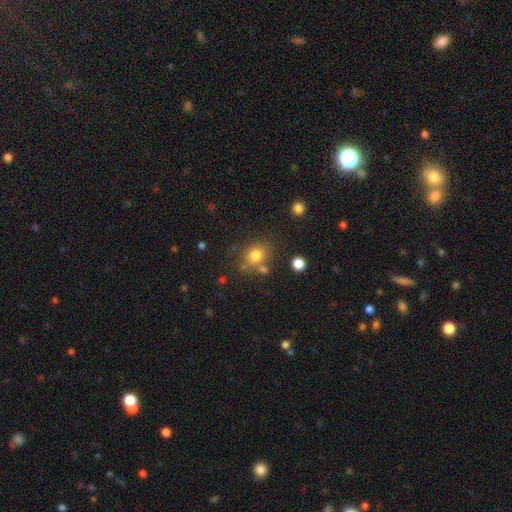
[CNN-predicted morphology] type=smooth (79%); roundness=round (66%); merging=none (68%).